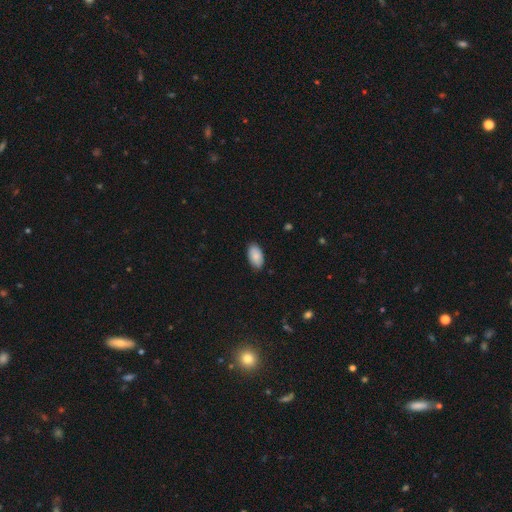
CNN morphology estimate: Smooth or featured?
  - smooth: 87% *
  - featured or disk: 7%
  - star or artifact: 6%
How rounded?
  - in between: 95% *
  - round: 3%
  - cigar-shaped: 2%
Merging?
  - none: 87% *
  - minor disturbance: 10%
  - major disturbance: 2%
  - merger: 1%